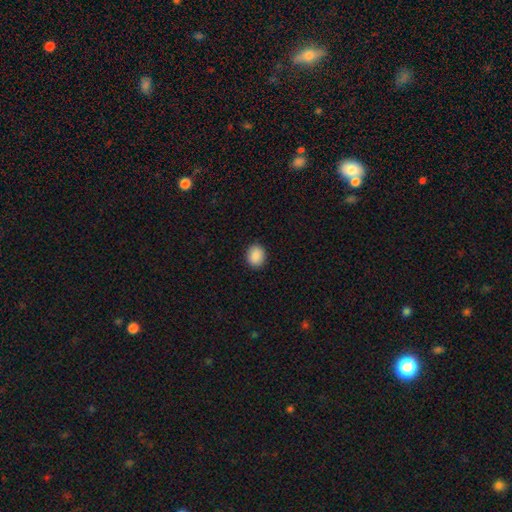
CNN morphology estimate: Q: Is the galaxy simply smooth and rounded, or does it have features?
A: smooth — 90%.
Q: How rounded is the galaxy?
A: round — 61%.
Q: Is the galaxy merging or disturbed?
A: none — 90%.